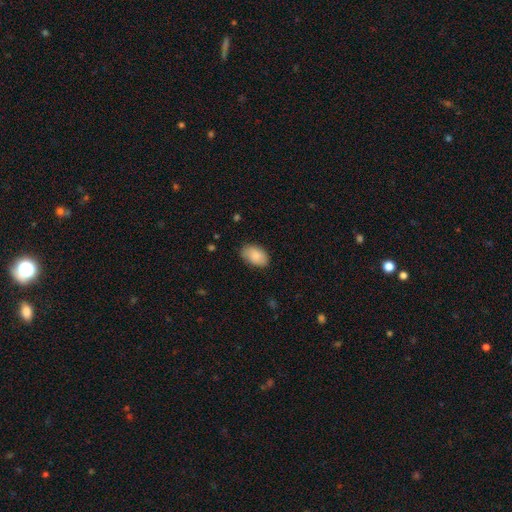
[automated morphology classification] This is clearly a smooth galaxy (84%). How rounded: clearly in between (91%). Merging: likely none (80%).